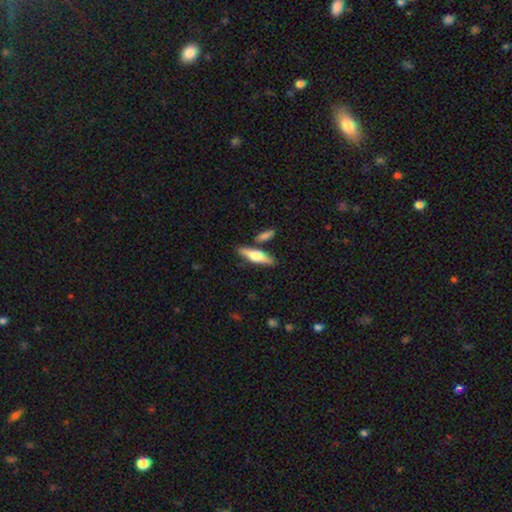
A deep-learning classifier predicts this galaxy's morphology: smooth-or-featured: featured or disk: 48% | smooth: 47% | star or artifact: 6%
  merging: none: 78% | minor disturbance: 10% | merger: 9% | major disturbance: 3%